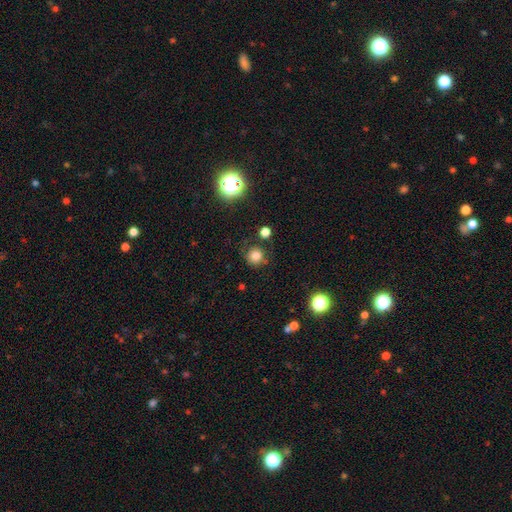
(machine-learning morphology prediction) Smooth or featured?
  - smooth: 78% *
  - star or artifact: 16%
  - featured or disk: 6%
How rounded?
  - round: 93% *
  - in between: 6%
  - cigar-shaped: 1%
Merging?
  - none: 78% *
  - minor disturbance: 13%
  - merger: 5%
  - major disturbance: 5%